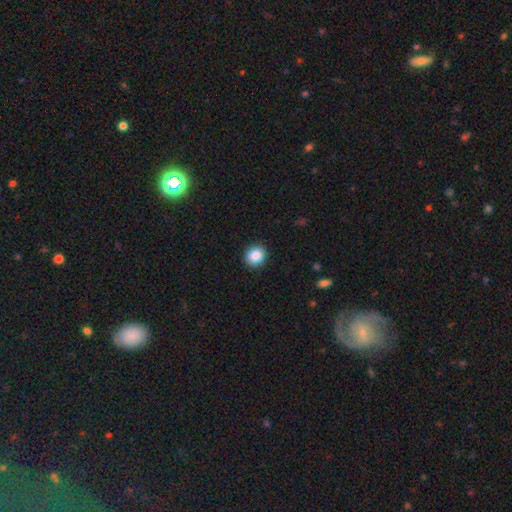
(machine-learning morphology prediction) A smooth galaxy with no disk features (87%) that is round (83%). Merging: none (91%).